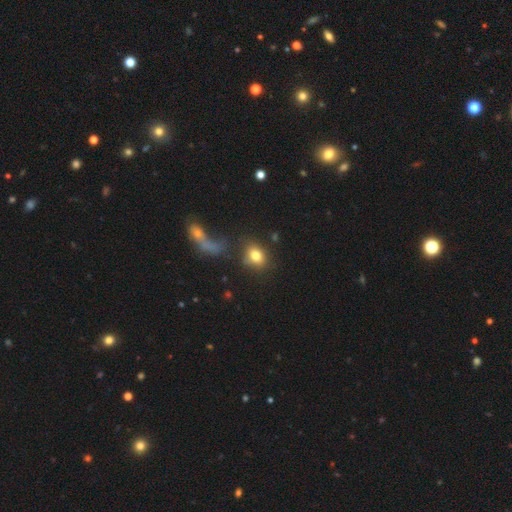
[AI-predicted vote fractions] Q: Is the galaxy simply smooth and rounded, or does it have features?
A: smooth — 79%.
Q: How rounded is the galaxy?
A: in between — 50%.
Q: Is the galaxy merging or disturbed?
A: none — 65%.